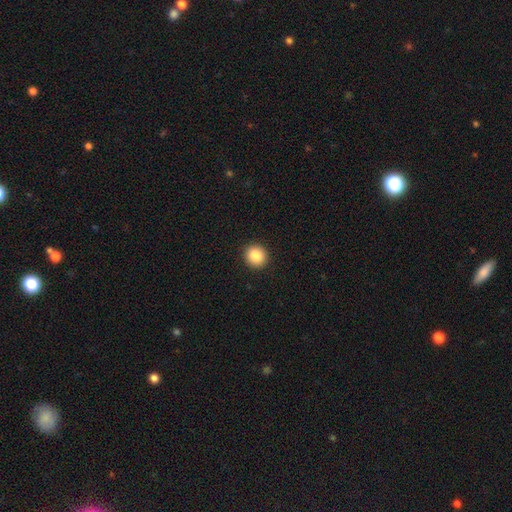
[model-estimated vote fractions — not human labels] Smooth or featured? Predicted: smooth (p=0.87). How rounded? Predicted: round (p=0.89). Merging? Predicted: none (p=0.93).